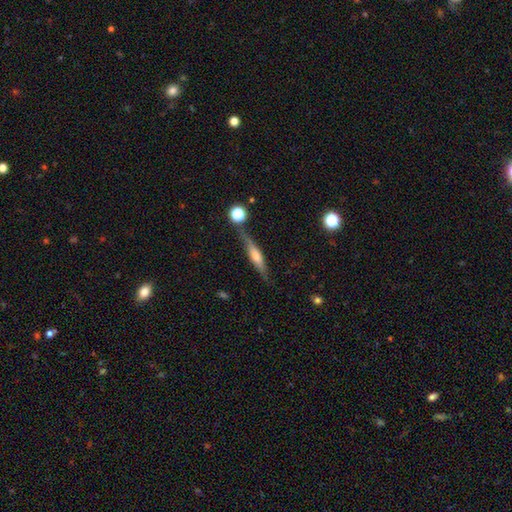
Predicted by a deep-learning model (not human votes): Morphology: type=featured or disk (58%); edge-on=yes (93%); edge-on bulge=rounded (63%); merging=none (71%).